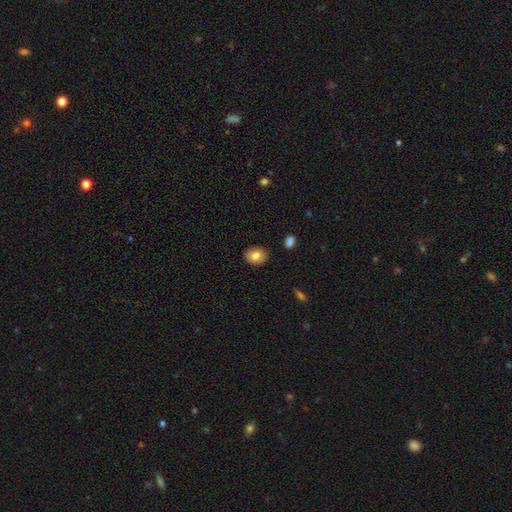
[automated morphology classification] Overall: smooth (82%). How rounded: in between (58%; round 41%). Merging: none (85%).